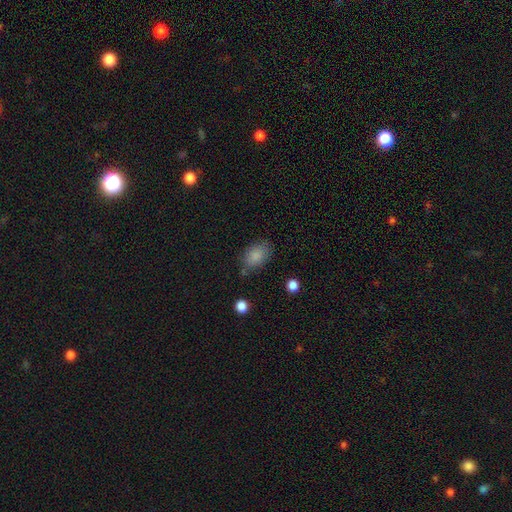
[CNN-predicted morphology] Smooth or featured: smooth — 86% (star or artifact — 8%)
How rounded: in between — 89% (round — 9%)
Merging: none — 70% (minor disturbance — 20%)